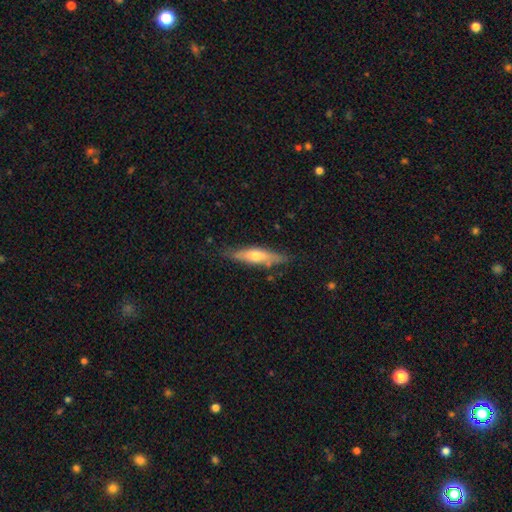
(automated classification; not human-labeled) This appears to be a featured or disk galaxy (48%). Merging: none (76%).